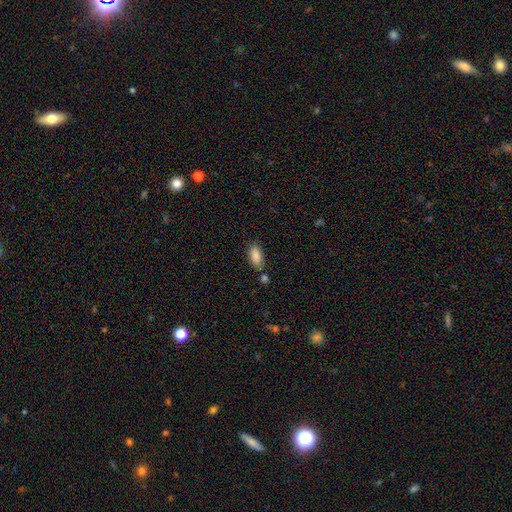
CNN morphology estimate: A smooth galaxy with no disk features (87%) that is in between round and cigar-shaped (90%).

Vote fractions:
- Smooth or featured? smooth: 87% / star or artifact: 7% / featured or disk: 6%
- How rounded? in between: 90% / cigar-shaped: 8% / round: 2%
- Merging? none: 69% / minor disturbance: 16% / merger: 11% / major disturbance: 4%